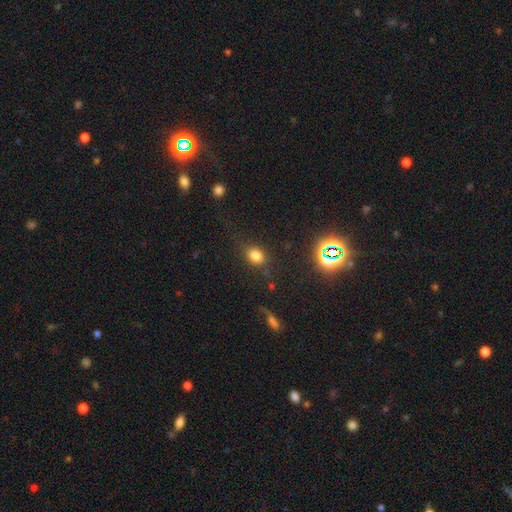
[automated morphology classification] type=smooth (78%); roundness=in between (61%); merging=none (77%).